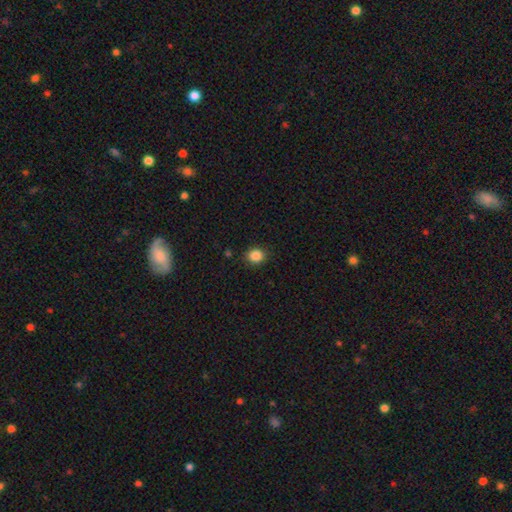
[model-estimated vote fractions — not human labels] Smooth or featured? Predicted: smooth (p=0.86). How rounded? Predicted: round (p=0.73). Merging? Predicted: none (p=0.89).